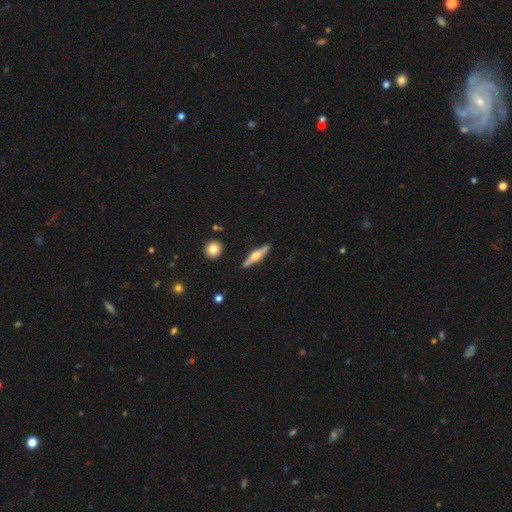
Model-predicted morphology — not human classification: Overall: featured or disk (65%; smooth 30%). Edge-on disk: yes (96%). Edge-on bulge: rounded (92%). Merging: none (88%).